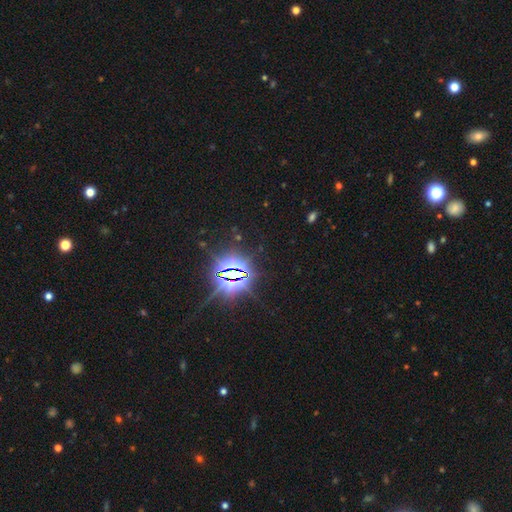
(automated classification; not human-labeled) This is clearly a star or artifact rather than a galaxy (84%).